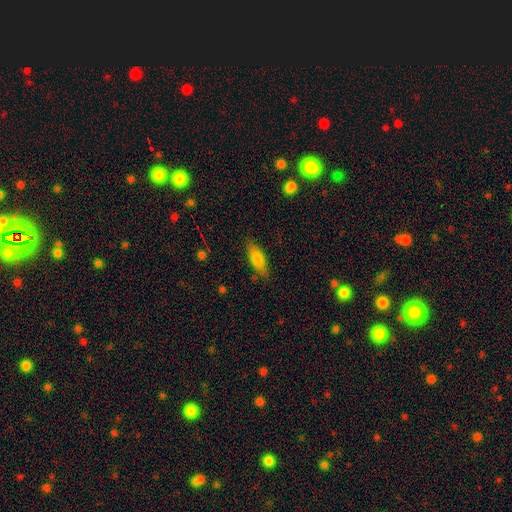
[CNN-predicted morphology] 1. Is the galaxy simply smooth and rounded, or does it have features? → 72% smooth, 20% featured or disk, 8% star or artifact.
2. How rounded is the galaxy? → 58% in between, 39% cigar-shaped, 3% round.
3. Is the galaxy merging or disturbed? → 85% none, 11% minor disturbance, 3% major disturbance, 1% merger.